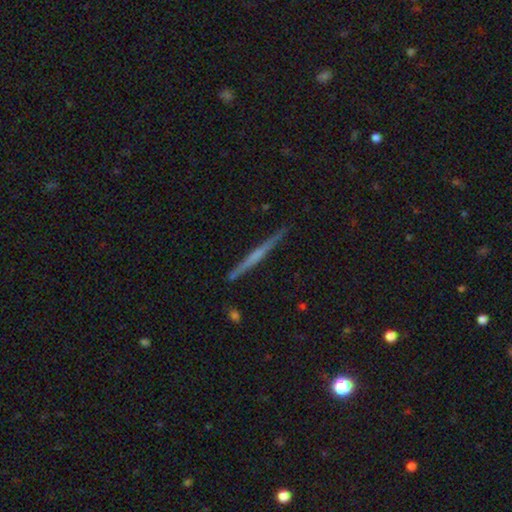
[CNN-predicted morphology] Smooth or featured: featured or disk — 61% (smooth — 33%)
Edge-on disk: yes — 98% (no — 2%)
Edge-on bulge: none — 65% (rounded — 24%)
Merging: none — 89% (minor disturbance — 8%)